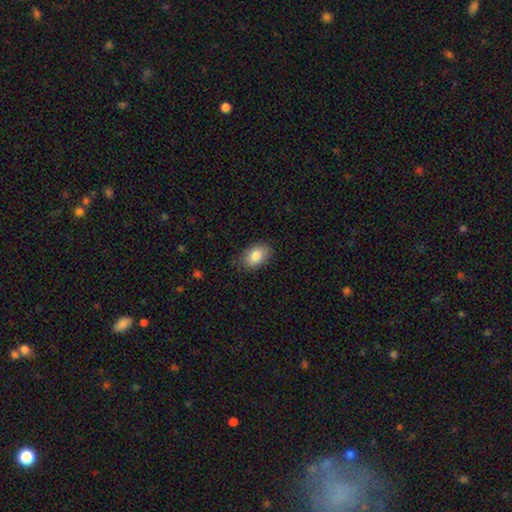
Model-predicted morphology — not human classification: Smooth or featured? Predicted: smooth (p=0.85). How rounded? Predicted: in between (p=0.88). Merging? Predicted: none (p=0.84).